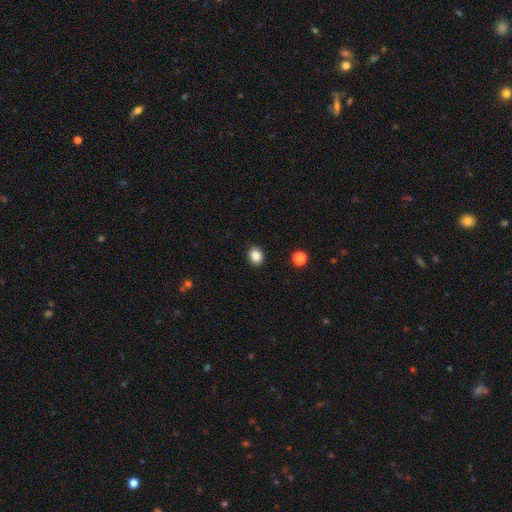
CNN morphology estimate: Smooth or featured? smooth (86%)
How rounded? round (53%)
Merging? none (91%)